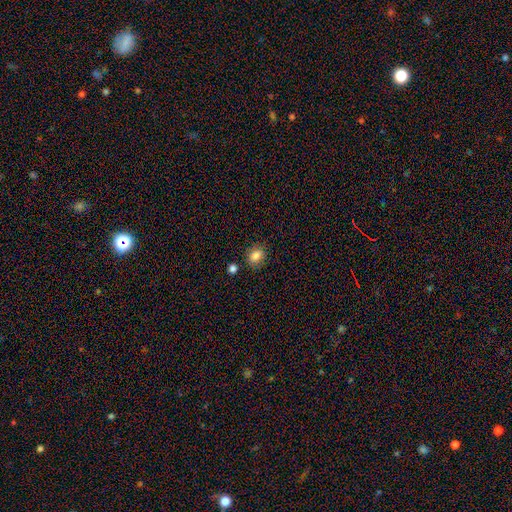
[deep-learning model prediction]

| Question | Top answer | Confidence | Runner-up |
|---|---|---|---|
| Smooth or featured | smooth | 84% | star or artifact (10%) |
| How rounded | in between | 54% | round (45%) |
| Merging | none | 81% | minor disturbance (12%) |